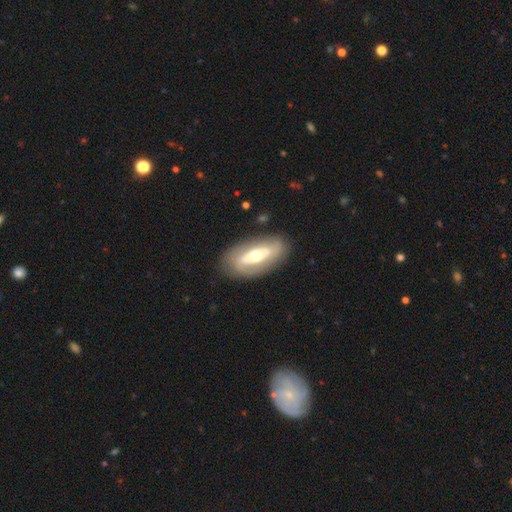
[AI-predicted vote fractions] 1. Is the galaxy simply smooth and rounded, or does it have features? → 63% featured or disk, 31% smooth, 6% star or artifact.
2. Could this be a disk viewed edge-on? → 84% no, 16% yes.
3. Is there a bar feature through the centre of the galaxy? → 40% no, 37% strong, 24% weak.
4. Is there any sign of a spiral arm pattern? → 63% no, 37% yes.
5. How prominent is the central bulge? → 68% moderate, 20% small, 9% large, 1% dominant, 1% none.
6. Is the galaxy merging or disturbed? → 82% none, 12% minor disturbance, 5% major disturbance, 2% merger.